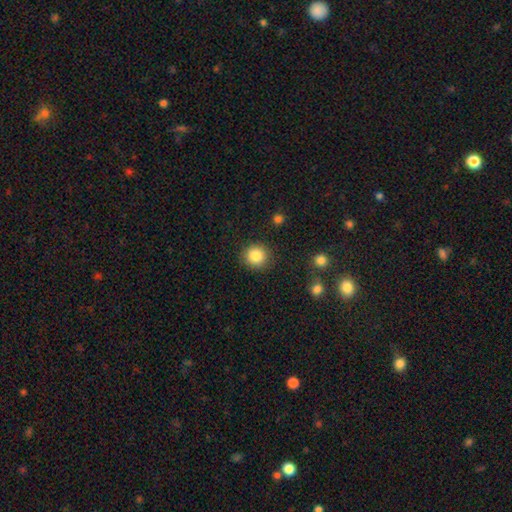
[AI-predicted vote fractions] A smooth galaxy with no disk features (85%) that is round (92%). Merging: none (89%).